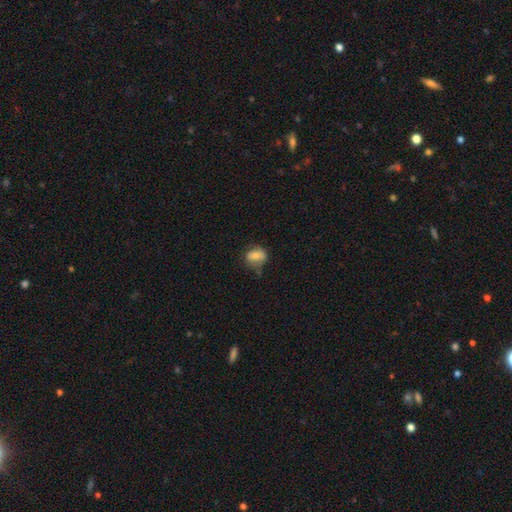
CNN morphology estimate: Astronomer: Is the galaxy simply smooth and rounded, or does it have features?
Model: smooth — 69%.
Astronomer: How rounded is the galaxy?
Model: round — 49%, tied with in between at 49%.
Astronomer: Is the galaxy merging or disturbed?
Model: none — 53% (runner-up: minor disturbance, 31%).